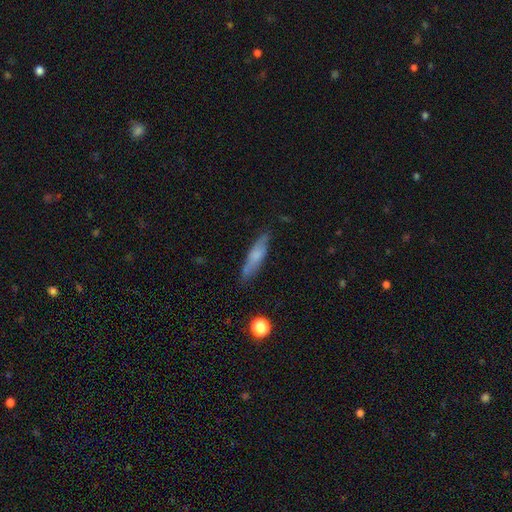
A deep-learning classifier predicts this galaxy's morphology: smooth_or_featured: smooth (p=0.61) [alt: featured or disk p=0.31]
how_rounded: cigar-shaped (p=0.76) [alt: in between p=0.22]
merging: none (p=0.80) [alt: minor disturbance p=0.15]